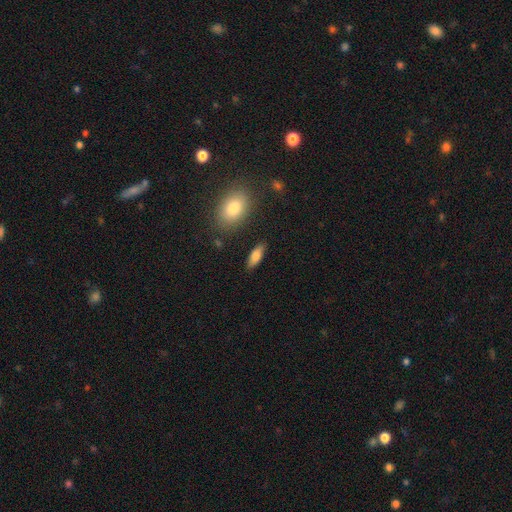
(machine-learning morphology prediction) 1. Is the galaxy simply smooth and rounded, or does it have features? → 79% smooth, 14% featured or disk, 7% star or artifact.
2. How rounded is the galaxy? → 73% in between, 24% cigar-shaped, 3% round.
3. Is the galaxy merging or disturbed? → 85% none, 10% minor disturbance, 3% major disturbance, 2% merger.